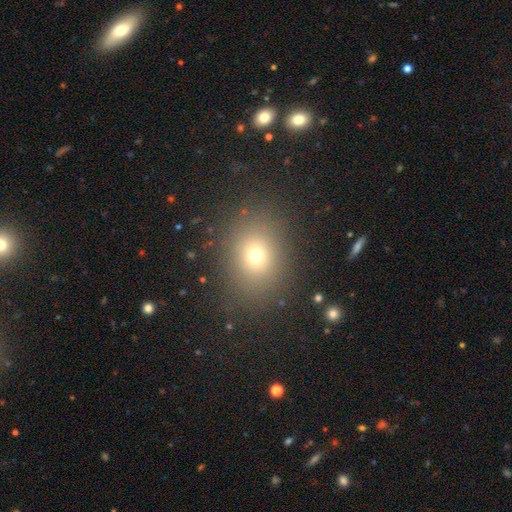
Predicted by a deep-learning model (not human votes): Smooth or featured: smooth — 68% (star or artifact — 21%)
How rounded: round — 54% (in between — 45%)
Merging: none — 85% (minor disturbance — 9%)